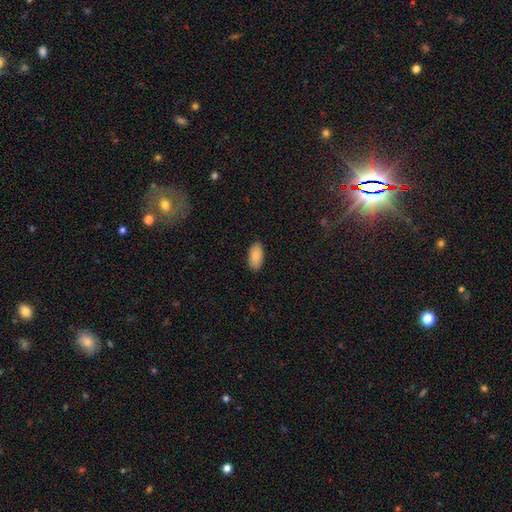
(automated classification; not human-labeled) smooth-or-featured: smooth: 88% | star or artifact: 6% | featured or disk: 6%
  how-rounded: in between: 95% | cigar-shaped: 3% | round: 2%
  merging: none: 88% | minor disturbance: 9% | major disturbance: 2% | merger: 1%